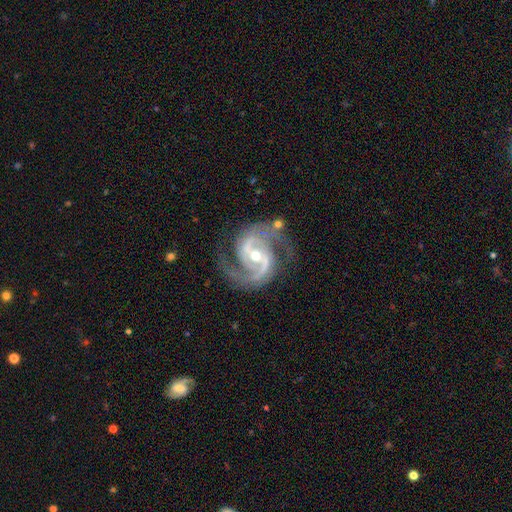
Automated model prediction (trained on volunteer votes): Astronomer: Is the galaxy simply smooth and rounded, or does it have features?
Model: featured or disk — 93%.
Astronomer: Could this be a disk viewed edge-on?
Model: no — 98%.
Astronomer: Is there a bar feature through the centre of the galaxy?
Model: weak — 40% (runner-up: strong, 34%).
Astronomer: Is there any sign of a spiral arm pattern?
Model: yes — 99%.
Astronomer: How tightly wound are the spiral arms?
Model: medium — 62%.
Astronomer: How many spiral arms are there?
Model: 2 — 89%.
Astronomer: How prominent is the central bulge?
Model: moderate — 60% (runner-up: small, 36%).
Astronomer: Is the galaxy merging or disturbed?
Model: none — 73%.